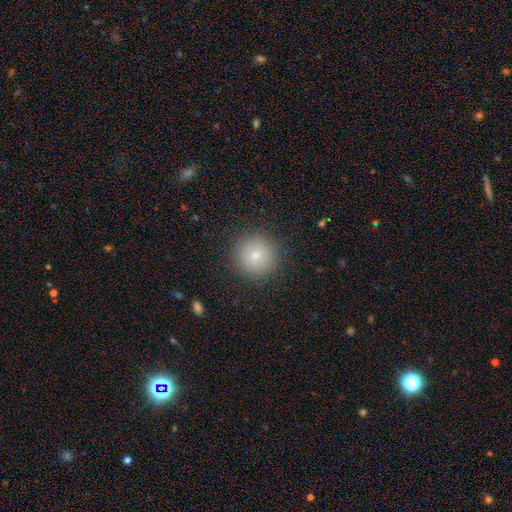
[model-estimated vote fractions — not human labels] Smooth or featured? Predicted: smooth (p=0.77). How rounded? Predicted: round (p=0.95). Merging? Predicted: none (p=0.90).